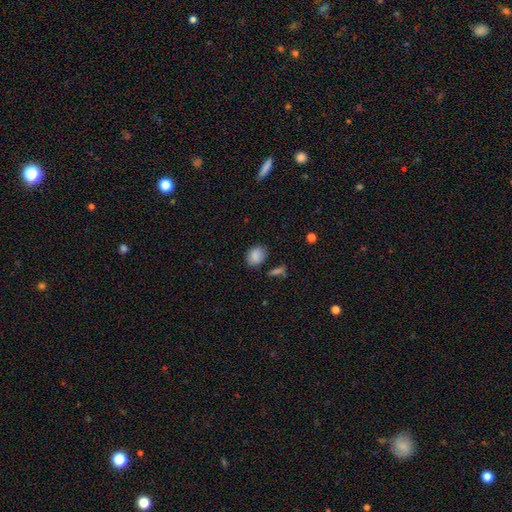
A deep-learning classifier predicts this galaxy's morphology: Smooth or featured? smooth (86%)
How rounded? in between (58%)
Merging? none (77%)